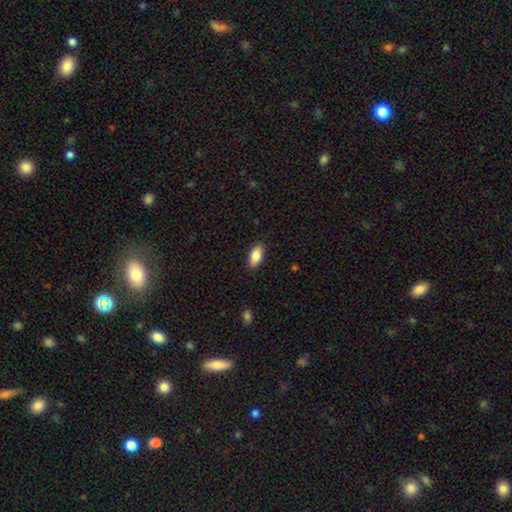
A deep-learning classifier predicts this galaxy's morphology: Overall: smooth (86%). How rounded: in between (91%). Merging: none (88%).